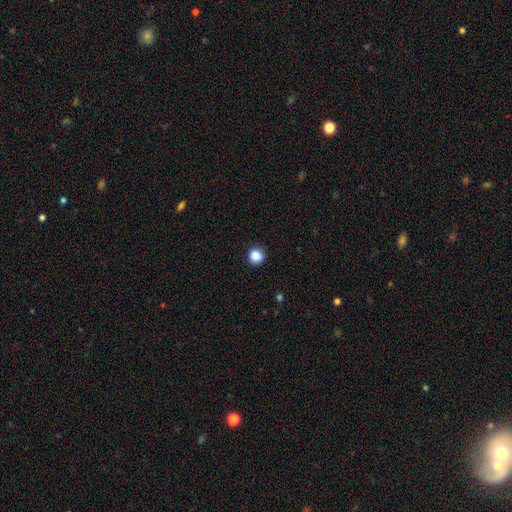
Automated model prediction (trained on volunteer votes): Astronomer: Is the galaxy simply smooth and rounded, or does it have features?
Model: smooth — 87%.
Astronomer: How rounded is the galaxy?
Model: round — 93%.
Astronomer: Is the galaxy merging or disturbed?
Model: none — 91%.